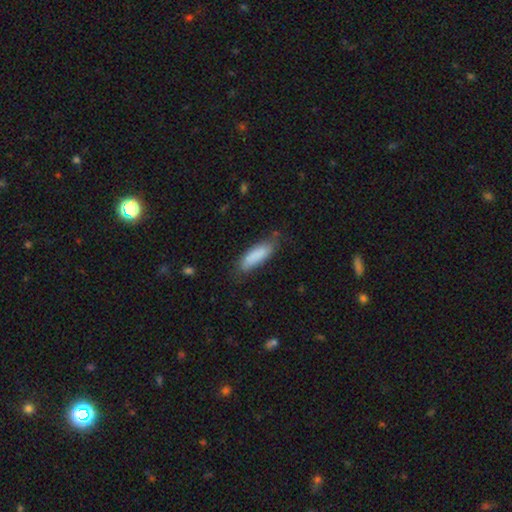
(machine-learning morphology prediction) smooth_or_featured: smooth (p=0.85) [alt: featured or disk p=0.08]
how_rounded: in between (p=0.54) [alt: cigar-shaped p=0.44]
merging: none (p=0.70) [alt: minor disturbance p=0.23]